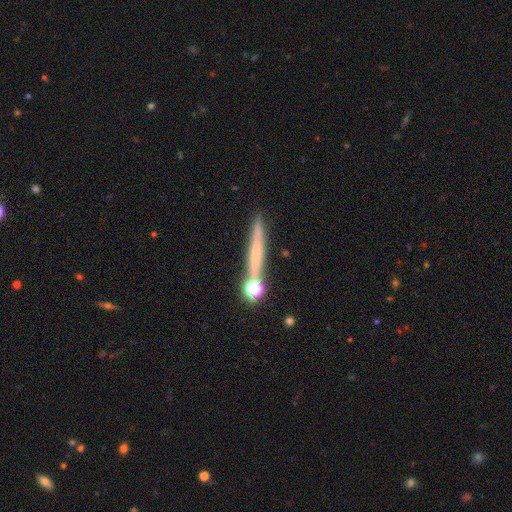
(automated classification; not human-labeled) Smooth or featured?
  - smooth: 47% *
  - featured or disk: 40%
  - star or artifact: 13%
Merging?
  - none: 74% *
  - minor disturbance: 11%
  - merger: 11%
  - major disturbance: 4%